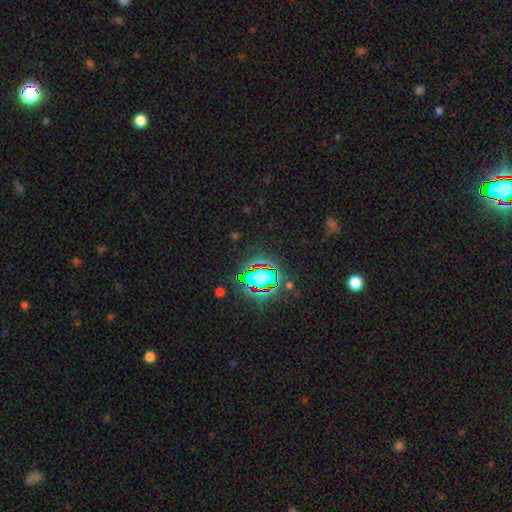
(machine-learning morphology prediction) A star or artifact, not a galaxy (82%).